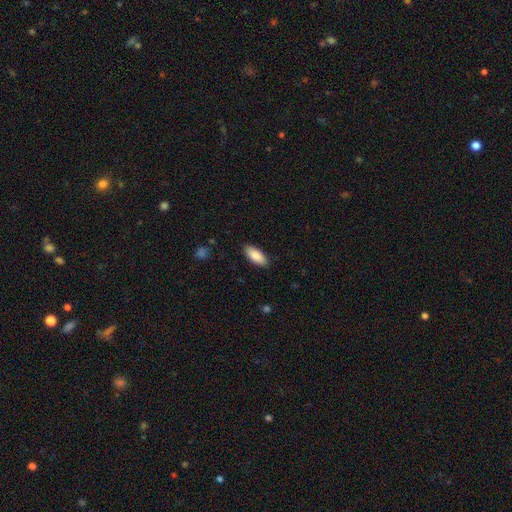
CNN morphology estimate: The model was most divided on "how rounded": in between: 83%, cigar-shaped: 15%, round: 2%. More confident: merging — none (88%); smooth or featured — smooth (88%).